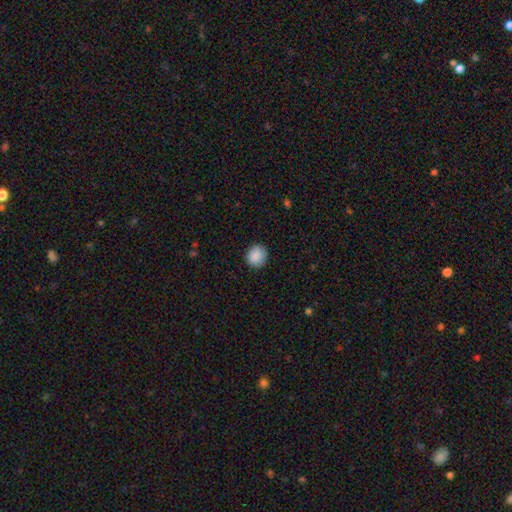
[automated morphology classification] Smooth or featured? smooth (89%)
How rounded? round (87%)
Merging? none (89%)